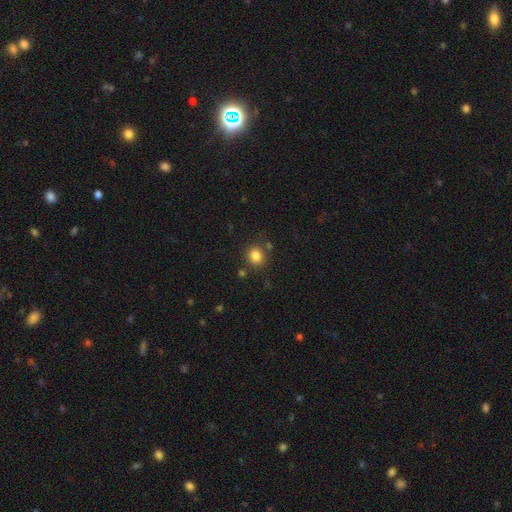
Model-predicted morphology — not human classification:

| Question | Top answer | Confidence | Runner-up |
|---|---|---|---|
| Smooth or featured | smooth | 83% | star or artifact (12%) |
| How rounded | round | 76% | in between (23%) |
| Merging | none | 79% | minor disturbance (11%) |